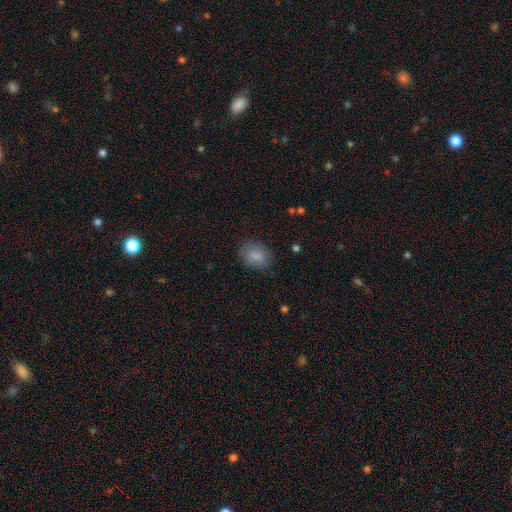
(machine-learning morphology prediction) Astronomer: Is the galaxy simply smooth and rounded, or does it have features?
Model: smooth — 83%.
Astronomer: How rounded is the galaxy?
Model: in between — 62% (runner-up: round, 37%).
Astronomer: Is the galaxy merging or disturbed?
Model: none — 77%.